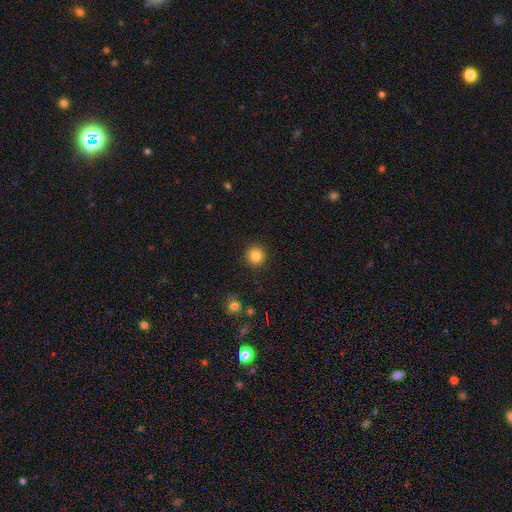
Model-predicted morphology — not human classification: A smooth galaxy with no disk features (84%) that is round (94%).

Vote fractions:
- Smooth or featured? smooth: 84% / star or artifact: 11% / featured or disk: 5%
- How rounded? round: 94% / in between: 5% / cigar-shaped: 1%
- Merging? none: 92% / minor disturbance: 5% / major disturbance: 2% / merger: 1%